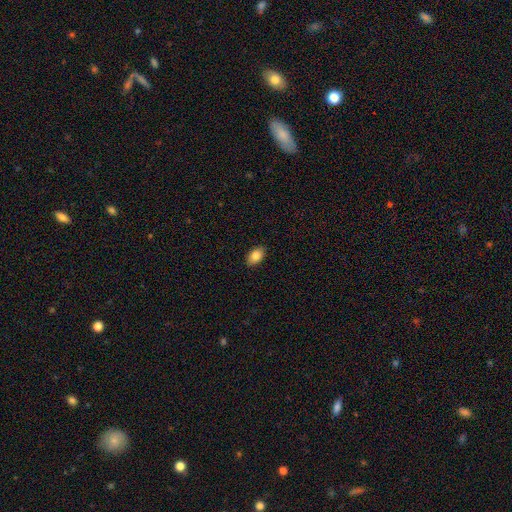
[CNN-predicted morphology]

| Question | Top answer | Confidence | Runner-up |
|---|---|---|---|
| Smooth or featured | smooth | 85% | featured or disk (8%) |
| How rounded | in between | 90% | round (8%) |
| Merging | none | 89% | minor disturbance (8%) |